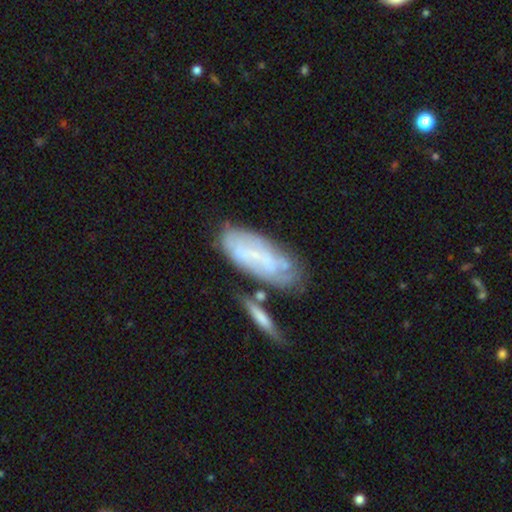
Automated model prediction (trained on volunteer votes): This appears to be a featured or disk galaxy (51%). Merging: none (50%).